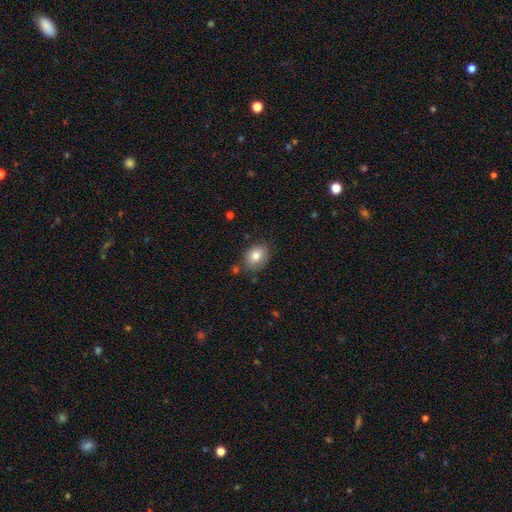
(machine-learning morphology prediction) Smooth or featured: smooth — 83% (featured or disk — 9%)
How rounded: in between — 64% (round — 35%)
Merging: none — 79% (minor disturbance — 14%)